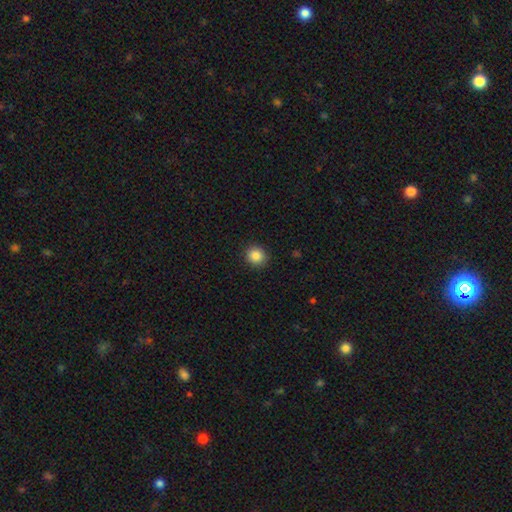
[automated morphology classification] type=smooth (87%); roundness=round (87%); merging=none (91%).